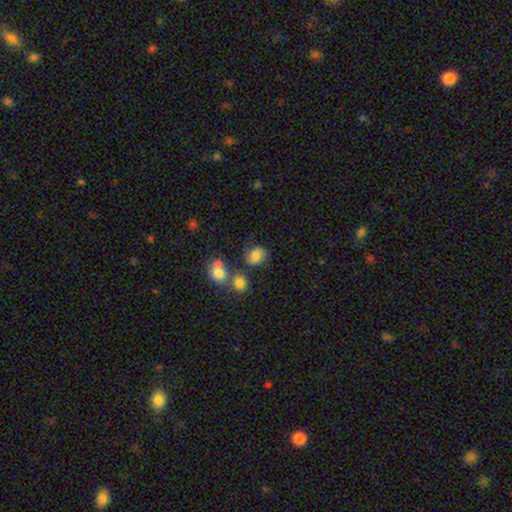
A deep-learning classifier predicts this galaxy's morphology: Smooth or featured?
  - smooth: 77% *
  - star or artifact: 12%
  - featured or disk: 10%
How rounded?
  - round: 53% *
  - in between: 46%
  - cigar-shaped: 1%
Merging?
  - none: 64% *
  - minor disturbance: 18%
  - merger: 12%
  - major disturbance: 7%